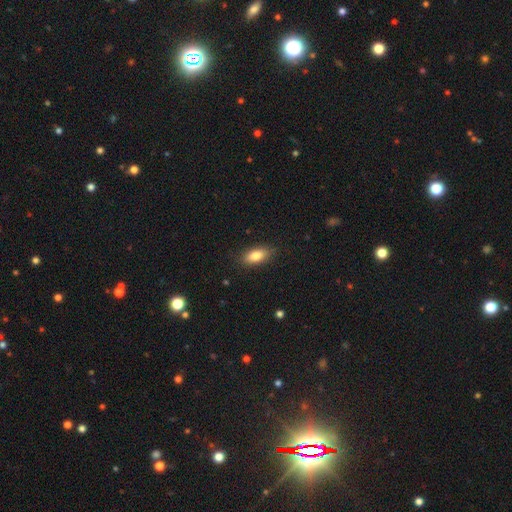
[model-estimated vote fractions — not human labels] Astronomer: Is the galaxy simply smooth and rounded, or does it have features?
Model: smooth — 83%.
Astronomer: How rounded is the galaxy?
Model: in between — 84%.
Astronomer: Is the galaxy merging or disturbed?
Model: none — 86%.